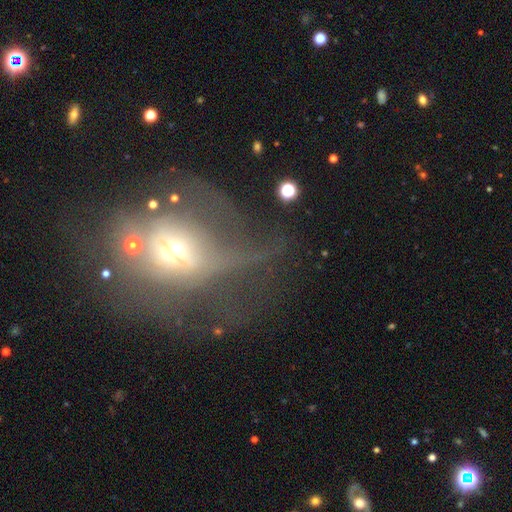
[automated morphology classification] The model was most divided on "merging": major disturbance: 44%, none: 31%, minor disturbance: 16%, merger: 9%. More confident: edge-on disk — no (86%); smooth or featured — featured or disk (50%).